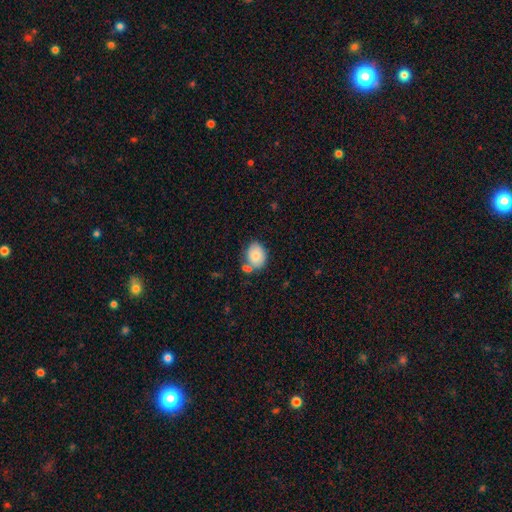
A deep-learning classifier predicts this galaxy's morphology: Overall: smooth (78%). How rounded: in between (62%; round 37%). Merging: none (57%; minor disturbance 20%).